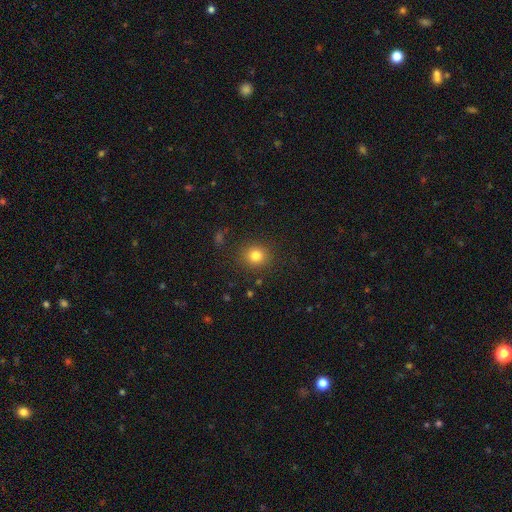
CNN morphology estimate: smooth_or_featured: smooth (p=0.81) [alt: star or artifact p=0.13]
how_rounded: round (p=0.88) [alt: in between p=0.11]
merging: none (p=0.88) [alt: minor disturbance p=0.08]